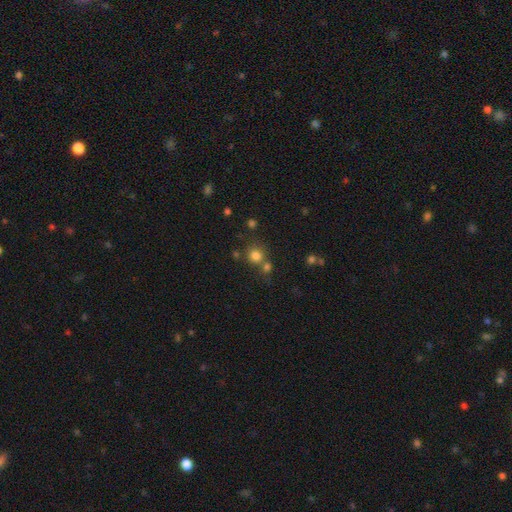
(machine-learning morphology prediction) A smooth galaxy with no disk features (78%) that is round (90%). Merging: none (64%).